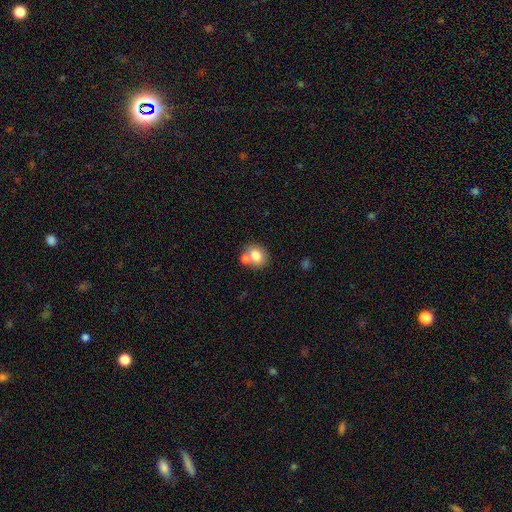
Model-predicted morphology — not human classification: Q: Smooth or featured?
A: smooth (77%); runner-up: featured or disk (13%)
Q: How rounded?
A: round (65%); runner-up: in between (34%)
Q: Merging?
A: none (52%); runner-up: merger (35%)